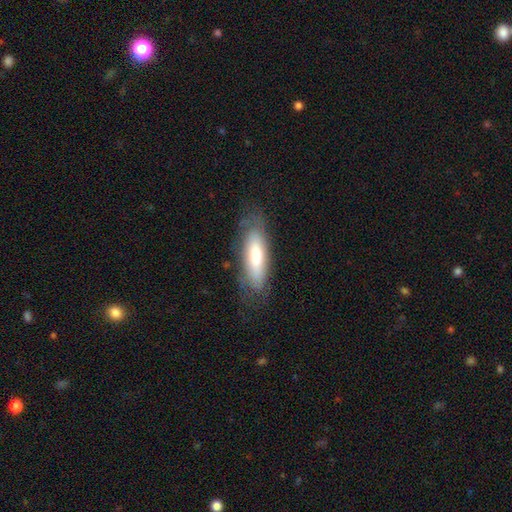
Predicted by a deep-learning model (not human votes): smooth 63%, featured or disk 30%, star or artifact 7%. Down the decision tree: how rounded — in between (50%); merging — none (71%).